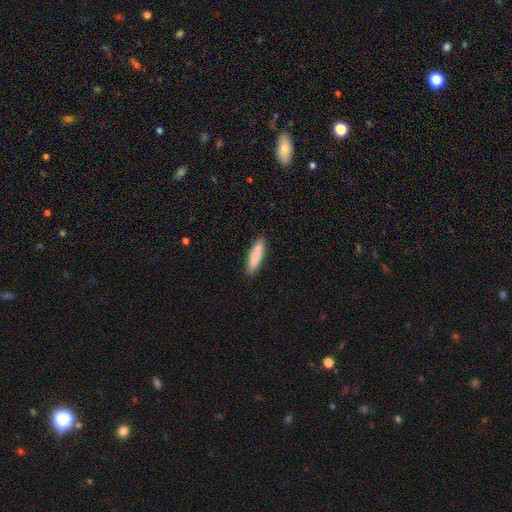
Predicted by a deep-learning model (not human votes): Smooth or featured? smooth (86%)
How rounded? cigar-shaped (69%)
Merging? none (90%)